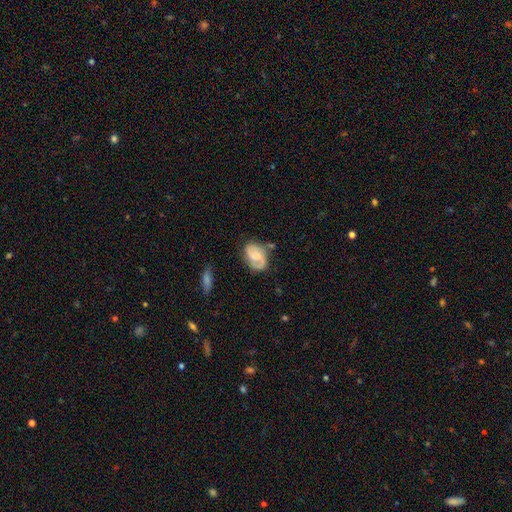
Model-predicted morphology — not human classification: Overall: featured or disk (62%; smooth 30%). Edge-on disk: no (97%). Bar: no (50%; weak 40%). Spiral arms: yes (90%). Spiral arm count: 2 (76%). Spiral winding: medium (45%; tight 32%). Bulge size: none (41%; small 25%). Merging: none (57%; minor disturbance 25%).